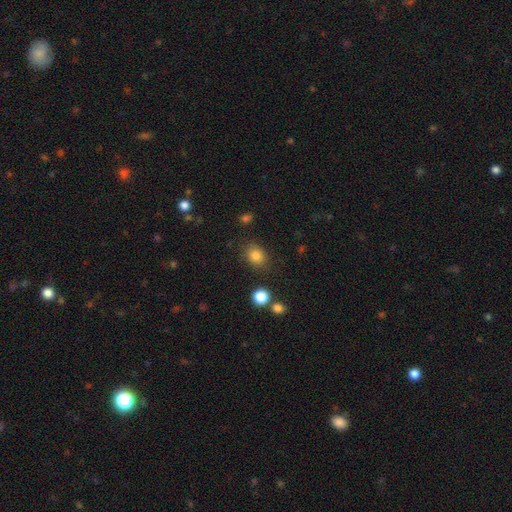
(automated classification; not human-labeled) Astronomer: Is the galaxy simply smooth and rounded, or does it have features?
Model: smooth — 83%.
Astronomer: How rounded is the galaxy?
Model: round — 54% (runner-up: in between, 44%).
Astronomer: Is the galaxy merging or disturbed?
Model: none — 81%.